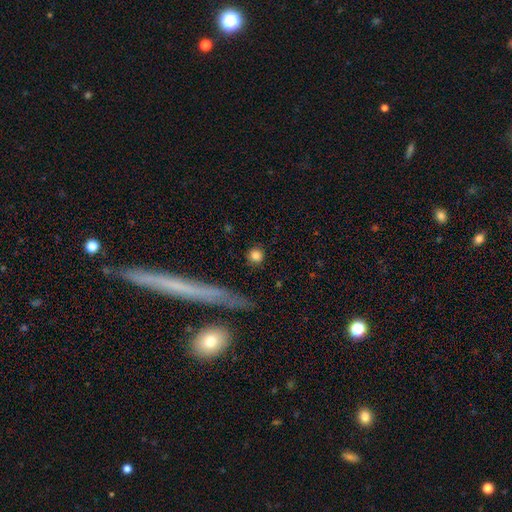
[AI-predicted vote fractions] smooth 83%, star or artifact 10%, featured or disk 7%. Down the decision tree: how rounded — round (92%); merging — none (88%).